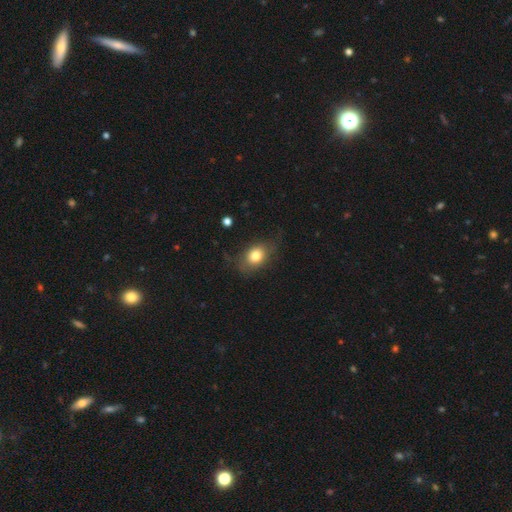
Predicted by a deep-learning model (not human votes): smooth-or-featured: smooth: 76% | featured or disk: 15% | star or artifact: 9%
  how-rounded: in between: 60% | round: 39% | cigar-shaped: 2%
  merging: none: 64% | minor disturbance: 24% | major disturbance: 10% | merger: 2%